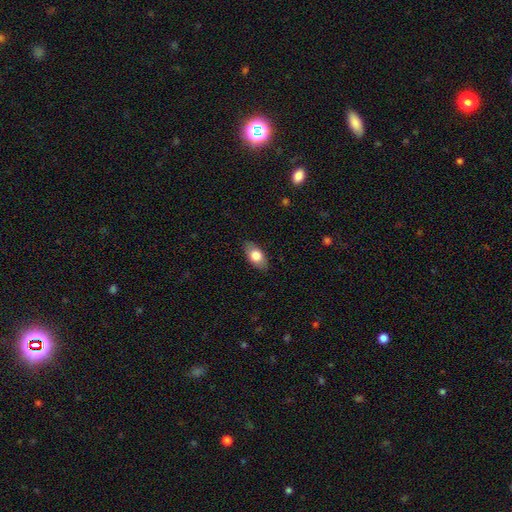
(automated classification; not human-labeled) A smooth galaxy with no disk features (76%) that is in between round and cigar-shaped (89%). Merging: none (84%).